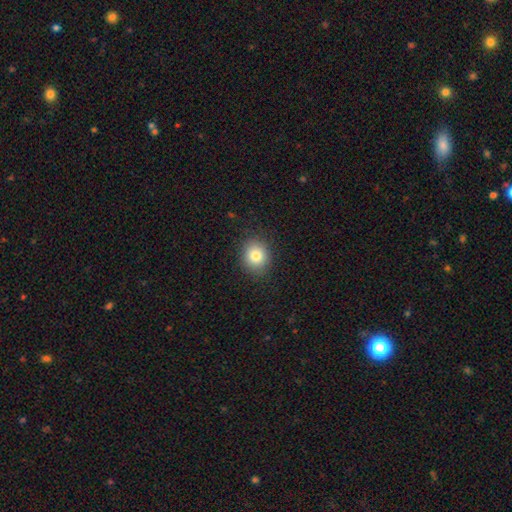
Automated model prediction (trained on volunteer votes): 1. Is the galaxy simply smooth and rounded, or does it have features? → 82% smooth, 10% star or artifact, 8% featured or disk.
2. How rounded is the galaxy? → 70% round, 29% in between, 1% cigar-shaped.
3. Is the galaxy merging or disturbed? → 88% none, 8% minor disturbance, 3% major disturbance, 1% merger.